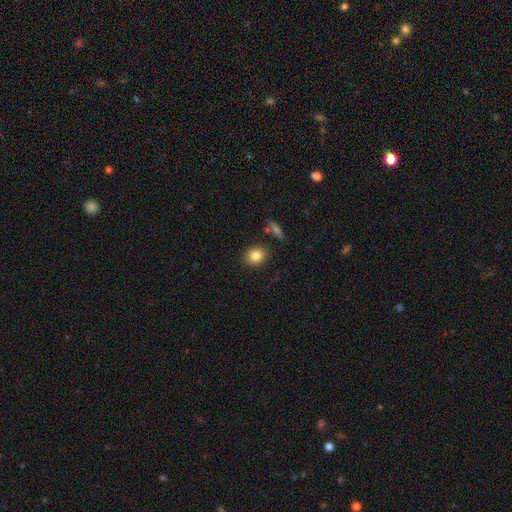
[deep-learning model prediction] smooth 83%, star or artifact 9%, featured or disk 7%. Down the decision tree: how rounded — round (68%); merging — none (86%).